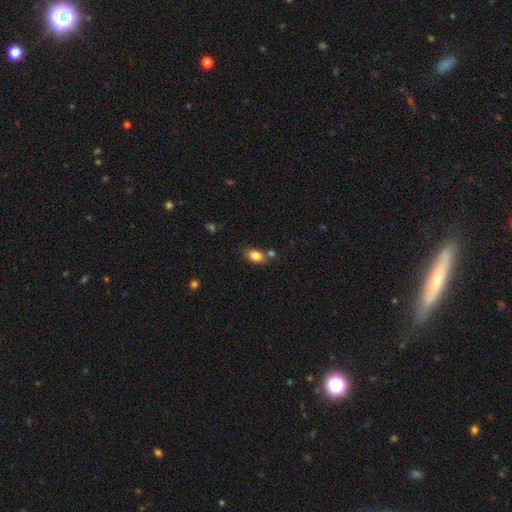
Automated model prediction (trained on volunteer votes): smooth_or_featured: smooth (p=0.83) [alt: star or artifact p=0.09]
how_rounded: in between (p=0.85) [alt: round p=0.13]
merging: none (p=0.68) [alt: merger p=0.15]